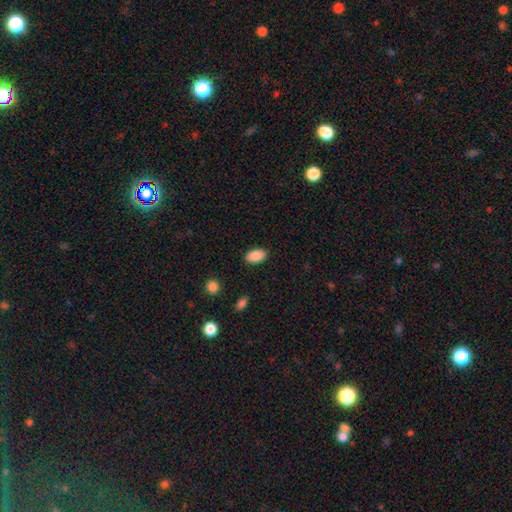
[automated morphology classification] Smooth or featured?
  - smooth: 89% *
  - star or artifact: 7%
  - featured or disk: 4%
How rounded?
  - in between: 92% *
  - round: 6%
  - cigar-shaped: 2%
Merging?
  - none: 87% *
  - minor disturbance: 10%
  - major disturbance: 2%
  - merger: 1%